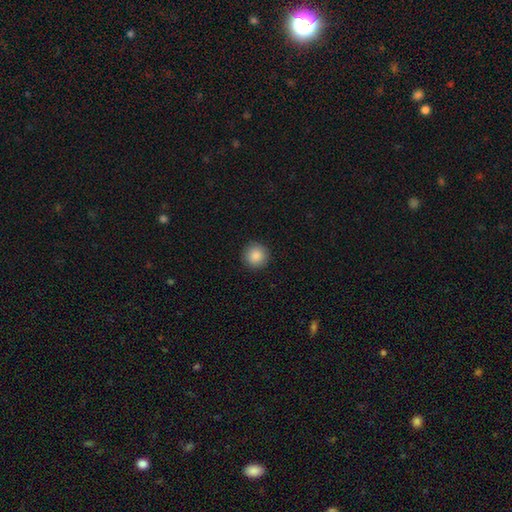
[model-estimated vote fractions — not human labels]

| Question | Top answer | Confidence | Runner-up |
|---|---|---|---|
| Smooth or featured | smooth | 88% | star or artifact (9%) |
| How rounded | round | 95% | in between (4%) |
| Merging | none | 92% | minor disturbance (5%) |